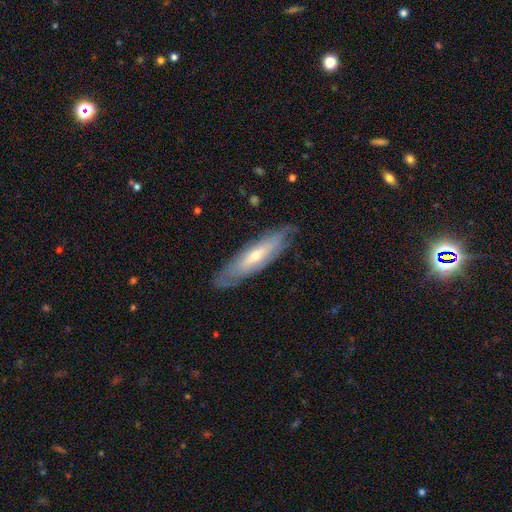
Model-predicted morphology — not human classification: Smooth or featured: featured or disk — 65% (smooth — 29%)
Edge-on disk: no — 58% (yes — 42%)
Merging: none — 78% (minor disturbance — 16%)